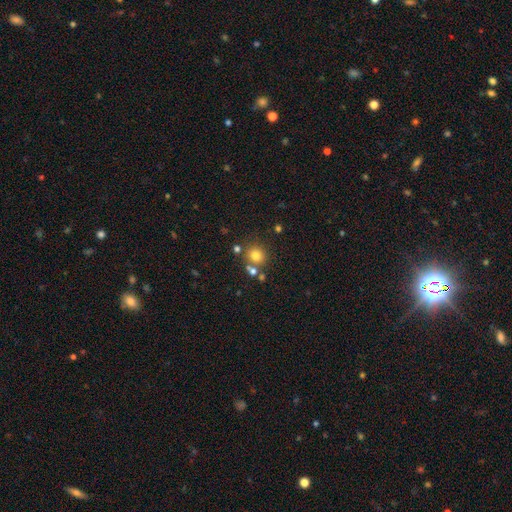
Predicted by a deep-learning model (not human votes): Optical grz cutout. It shows a smooth galaxy with no disk features (77%) that is round (87%). Merging: none (71%).